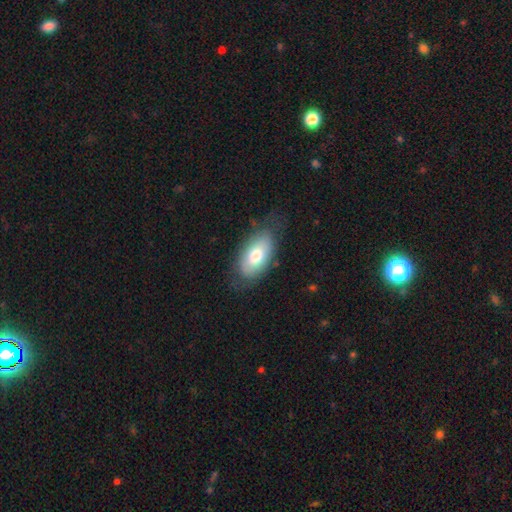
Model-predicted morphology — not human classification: This is likely a smooth galaxy (71%). How rounded: clearly in between (93%). Merging: likely none (72%).